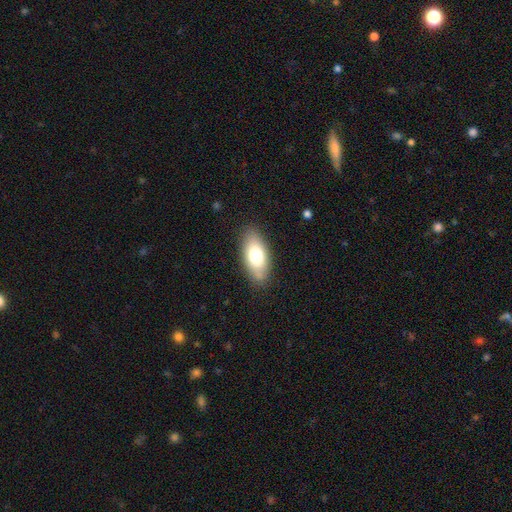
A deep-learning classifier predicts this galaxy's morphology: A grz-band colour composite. It shows a smooth galaxy with no disk features (74%) that is in between round and cigar-shaped (87%). Merging: none (82%).